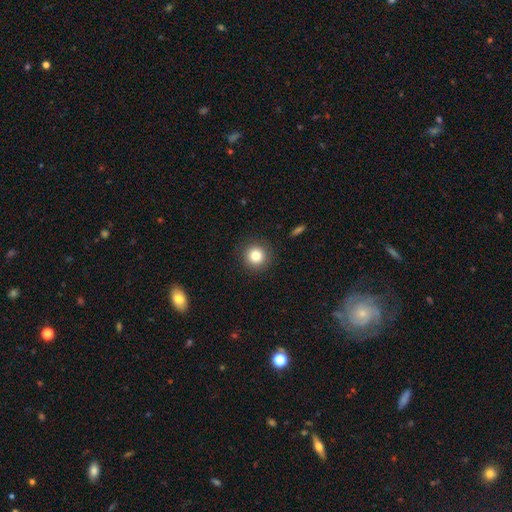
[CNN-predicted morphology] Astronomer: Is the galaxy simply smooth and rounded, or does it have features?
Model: smooth — 83%.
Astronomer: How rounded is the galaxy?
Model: round — 95%.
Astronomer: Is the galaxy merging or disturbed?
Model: none — 90%.